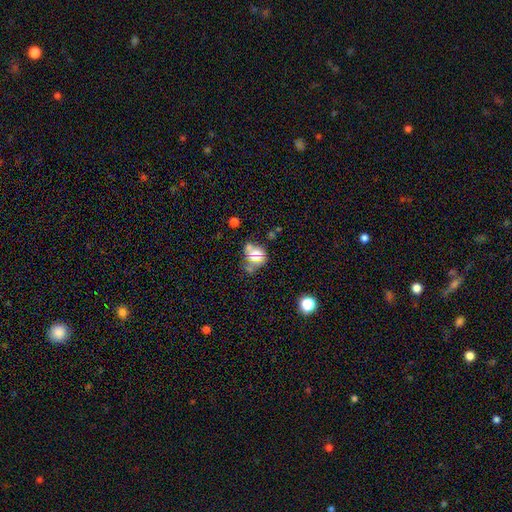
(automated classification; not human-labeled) A smooth galaxy with no disk features (61%) that is round (59%). Merging: merger (37%).